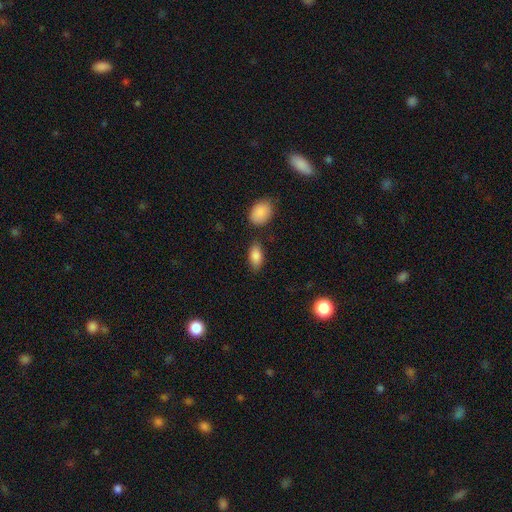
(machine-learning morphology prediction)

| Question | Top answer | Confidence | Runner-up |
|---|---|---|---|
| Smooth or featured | smooth | 87% | star or artifact (7%) |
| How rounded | in between | 92% | cigar-shaped (4%) |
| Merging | none | 77% | minor disturbance (13%) |